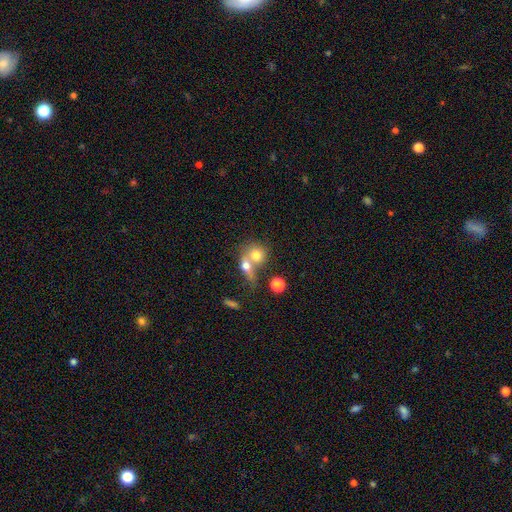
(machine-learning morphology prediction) smooth-or-featured: smooth: 72% | featured or disk: 19% | star or artifact: 9%
  how-rounded: round: 69% | in between: 28% | cigar-shaped: 3%
  merging: merger: 67% | none: 22% | minor disturbance: 6% | major disturbance: 5%